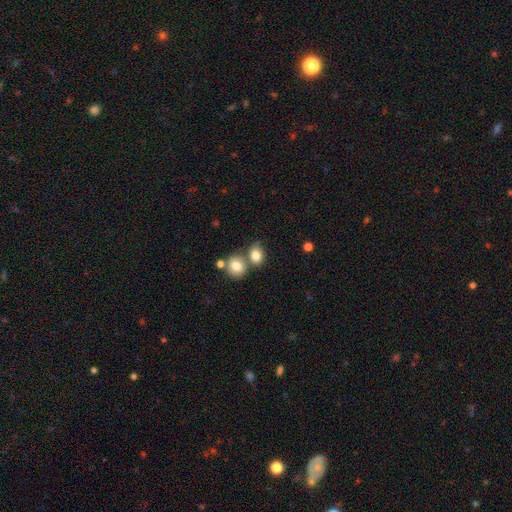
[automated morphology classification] smooth-or-featured: smooth: 81% | star or artifact: 10% | featured or disk: 9%
  how-rounded: round: 51% | in between: 48% | cigar-shaped: 1%
  merging: none: 48% | merger: 37% | minor disturbance: 12% | major disturbance: 4%